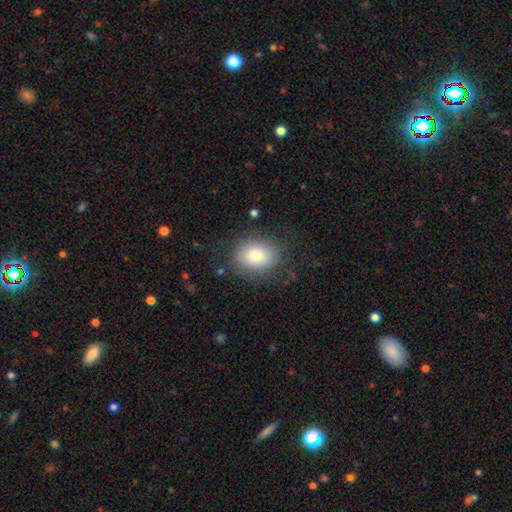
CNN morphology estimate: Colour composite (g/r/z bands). It shows a smooth galaxy with no disk features (76%) that is in between round and cigar-shaped (60%). Merging: none (74%).